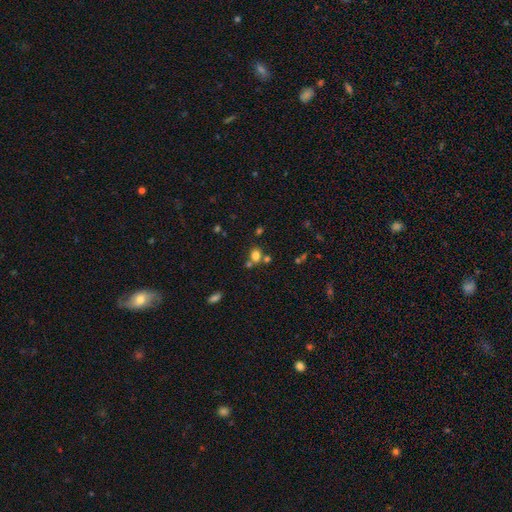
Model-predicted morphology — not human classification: type=smooth (77%); roundness=in between (52%); merging=none (59%).